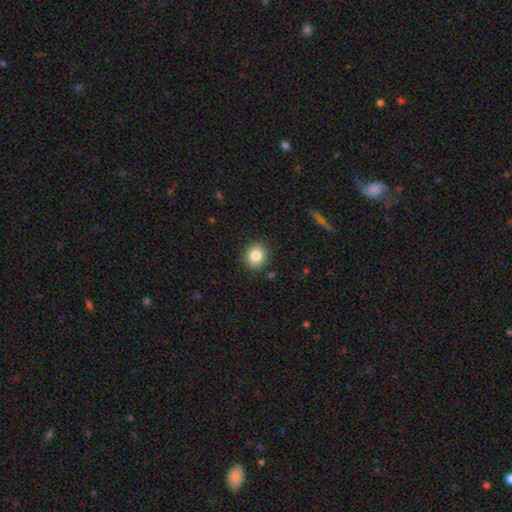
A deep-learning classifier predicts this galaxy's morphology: smooth 83%, star or artifact 10%, featured or disk 7%. Down the decision tree: how rounded — round (81%); merging — none (89%).